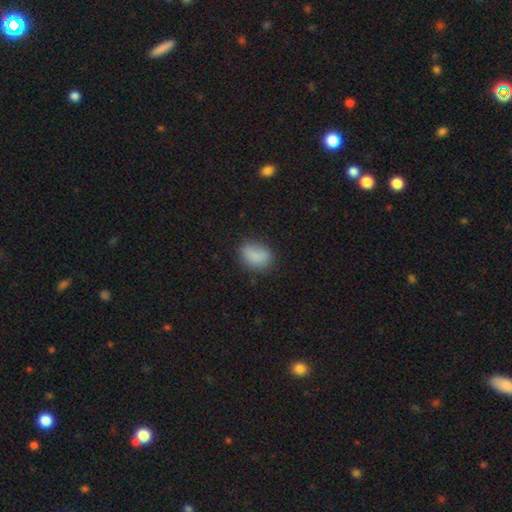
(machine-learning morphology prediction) Overall: smooth (83%). How rounded: in between (77%). Merging: none (65%).